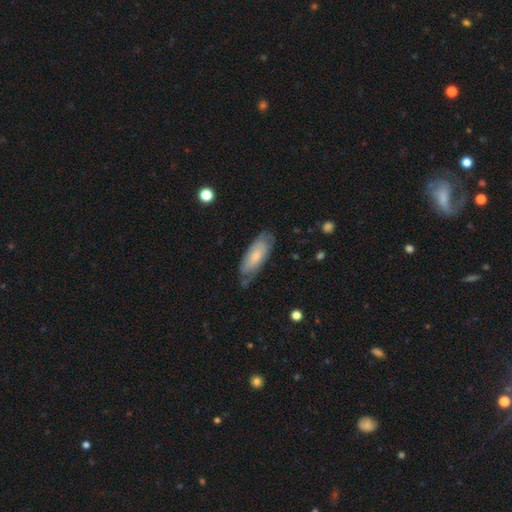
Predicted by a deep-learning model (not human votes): This appears to be a smooth galaxy with no disk features (57%) that is in between round and cigar-shaped (72%). Merging: none (63%).